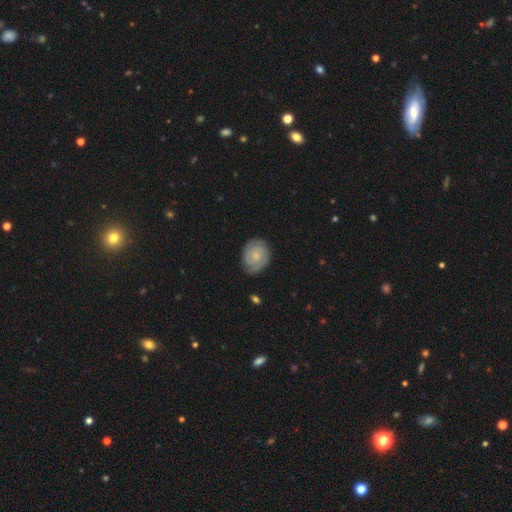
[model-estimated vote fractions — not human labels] smooth_or_featured: featured or disk (p=0.69) [alt: smooth p=0.25]
disk_edge_on: no (p=0.98) [alt: yes p=0.02]
bar: no (p=0.75) [alt: weak p=0.22]
has_spiral_arms: yes (p=0.92) [alt: no p=0.08]
spiral_winding: tight (p=0.73) [alt: medium p=0.21]
spiral_arm_count: 2 (p=0.50) [alt: can't tell p=0.26]
bulge_size: small (p=0.64) [alt: moderate p=0.25]
merging: none (p=0.78) [alt: minor disturbance p=0.17]